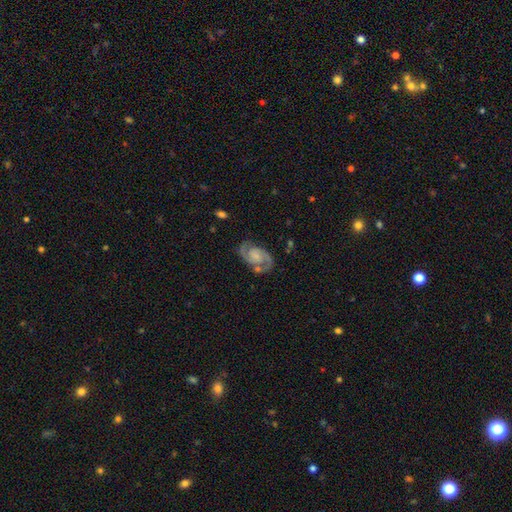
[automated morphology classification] Smooth or featured? featured or disk (88%)
Edge-on disk? no (98%)
Bar? no (56%)
Spiral arms? yes (97%)
Spiral winding? medium (53%)
Spiral arm count? 2 (93%)
Bulge size? none (37%)
Merging? none (78%)